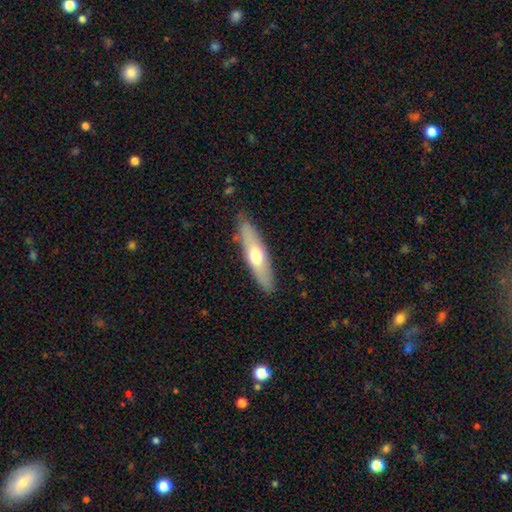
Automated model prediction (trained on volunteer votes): Smooth or featured? Predicted: smooth (p=0.55). How rounded? Predicted: cigar-shaped (p=0.72). Merging? Predicted: none (p=0.86).